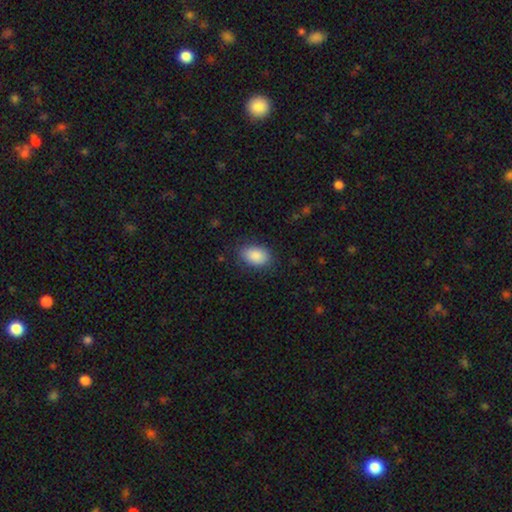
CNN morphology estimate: This is clearly a smooth galaxy (89%). How rounded: clearly in between (89%). Merging: clearly none (82%).